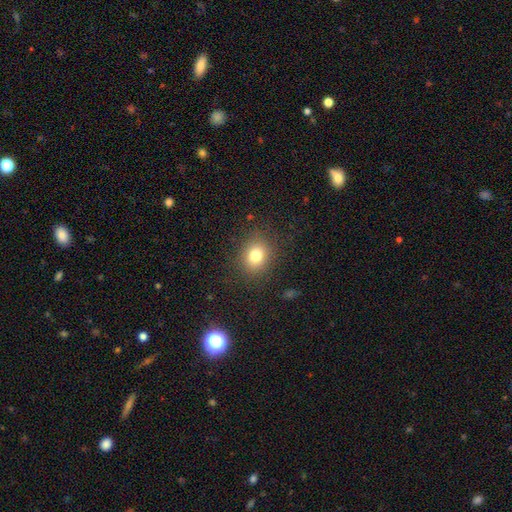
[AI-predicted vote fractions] Overall: smooth (78%). How rounded: round (63%; in between 36%). Merging: none (85%).